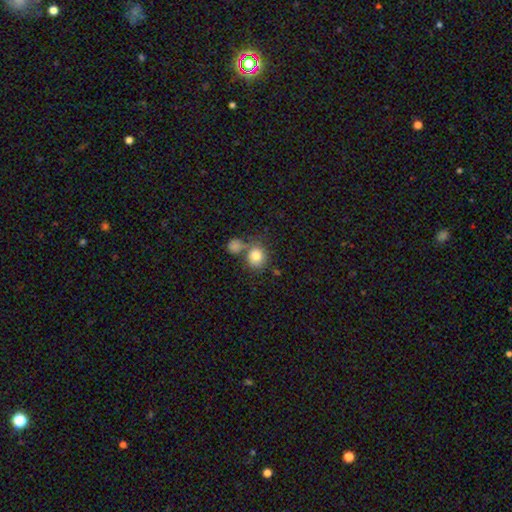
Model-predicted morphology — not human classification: Smooth or featured: smooth — 82% (star or artifact — 9%)
How rounded: round — 77% (in between — 22%)
Merging: none — 53% (merger — 30%)